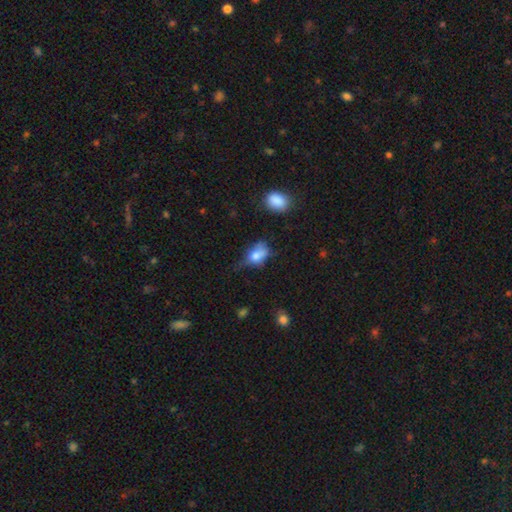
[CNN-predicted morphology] Overall: smooth (72%). How rounded: in between (80%). Merging: minor disturbance (36%; none 31%).